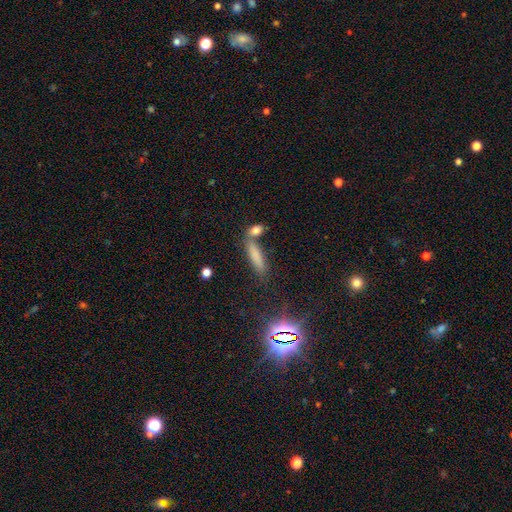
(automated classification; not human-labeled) A smooth galaxy with no disk features (75%) that is cigar-shaped (70%).

Vote fractions:
- Smooth or featured? smooth: 75% / star or artifact: 13% / featured or disk: 12%
- How rounded? cigar-shaped: 70% / in between: 27% / round: 3%
- Merging? none: 59% / merger: 25% / minor disturbance: 12% / major disturbance: 5%